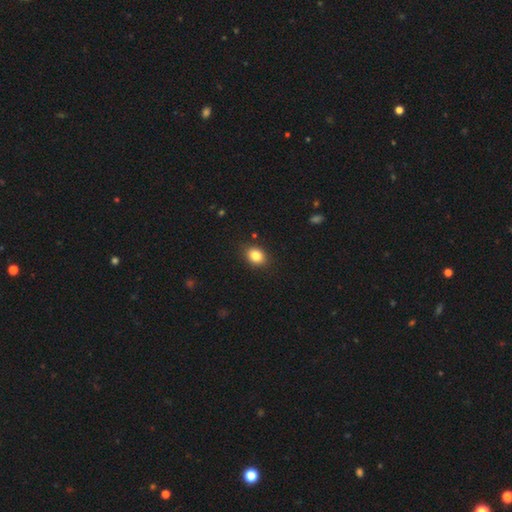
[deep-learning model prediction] Morphology: type=smooth (84%); roundness=in between (58%); merging=none (87%).